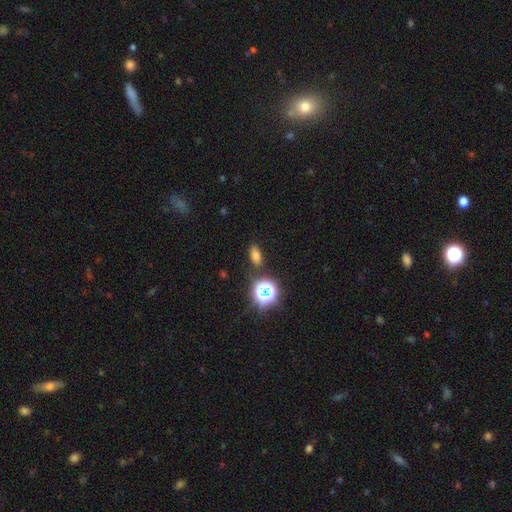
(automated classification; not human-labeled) Morphology: type=smooth (67%); roundness=in between (82%); merging=none (82%).